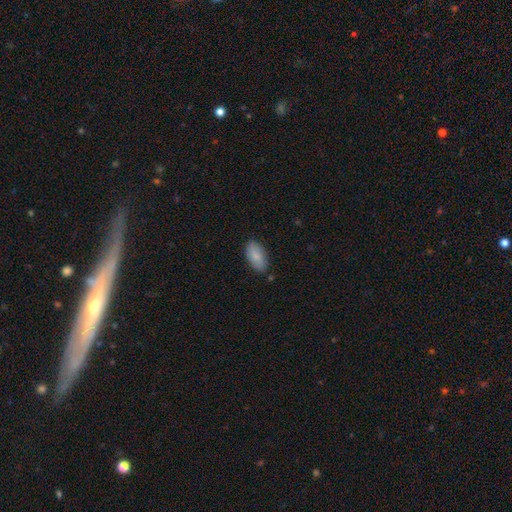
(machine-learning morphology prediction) type=smooth (85%); roundness=in between (94%); merging=none (84%).